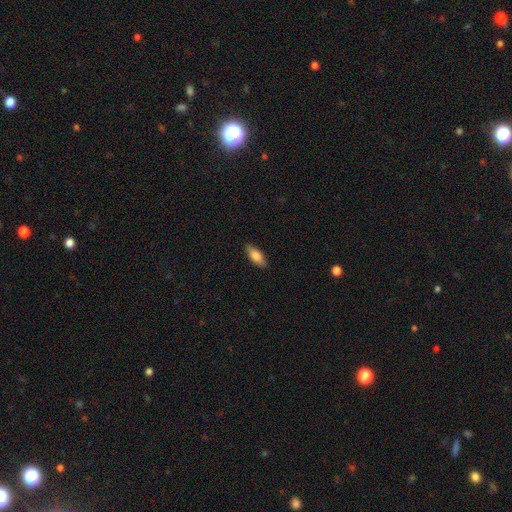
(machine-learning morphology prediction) Smooth or featured? smooth (80%)
How rounded? in between (74%)
Merging? none (88%)